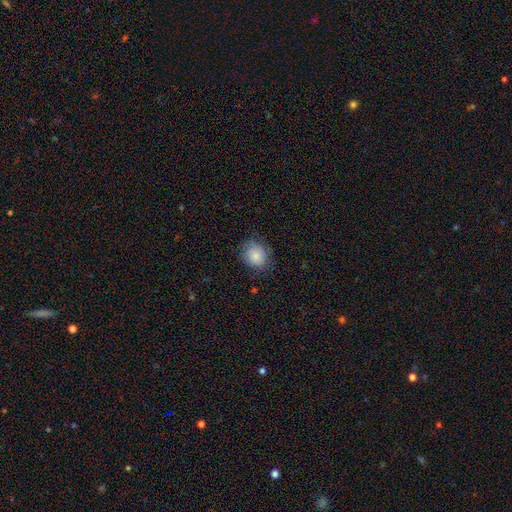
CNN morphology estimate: Overall: smooth (83%). How rounded: round (72%). Merging: none (74%).